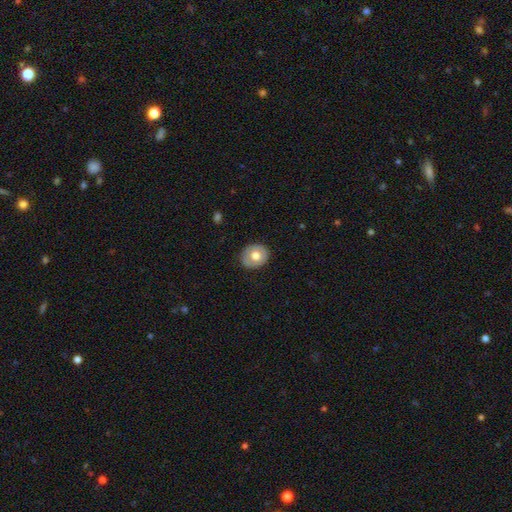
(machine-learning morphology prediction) Q: Smooth or featured?
A: smooth (64%); runner-up: featured or disk (30%)
Q: How rounded?
A: round (65%); runner-up: in between (34%)
Q: Merging?
A: none (86%); runner-up: minor disturbance (11%)